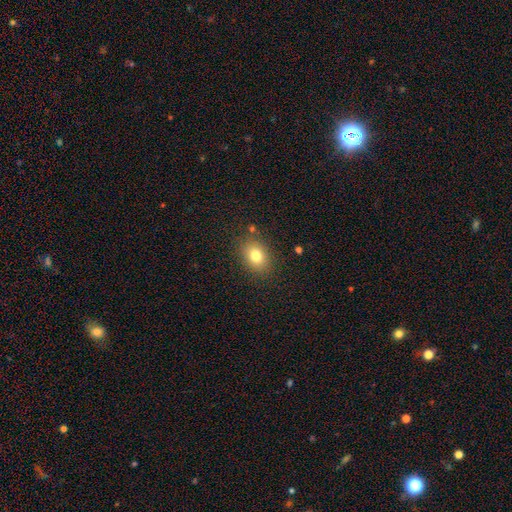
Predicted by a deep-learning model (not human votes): smooth 79%, star or artifact 11%, featured or disk 10%. Down the decision tree: how rounded — in between (66%); merging — none (84%).